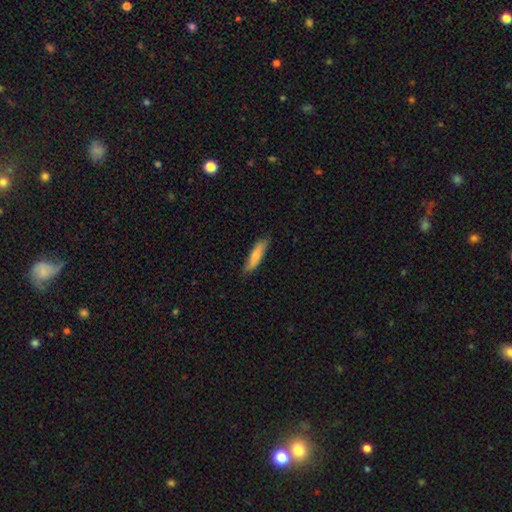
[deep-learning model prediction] smooth 72%, featured or disk 22%, star or artifact 6%. Down the decision tree: how rounded — cigar-shaped (72%); merging — none (83%).